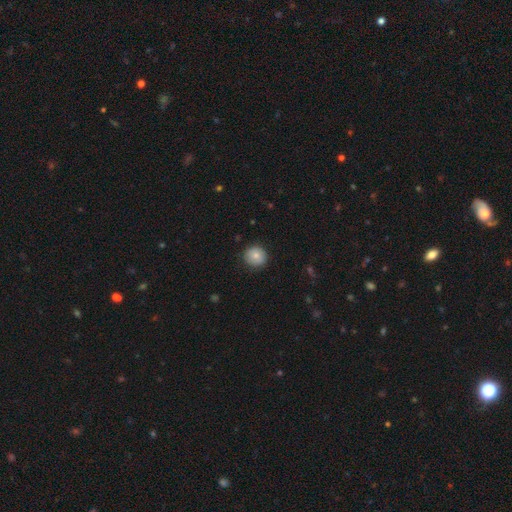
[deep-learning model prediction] Smooth or featured? smooth (78%)
How rounded? round (93%)
Merging? none (87%)